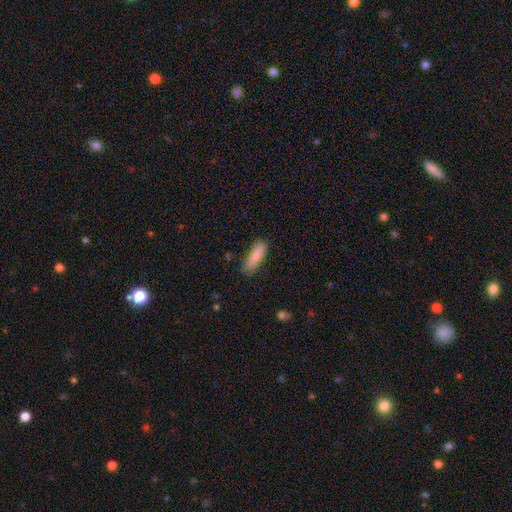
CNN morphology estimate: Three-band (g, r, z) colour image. It shows a smooth galaxy with no disk features (87%) that is cigar-shaped (52%). Merging: none (76%).